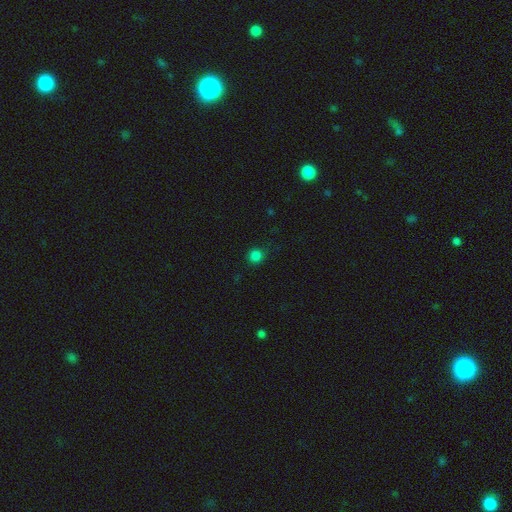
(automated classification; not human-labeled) A smooth galaxy with no disk features (82%) that is round (92%).

Vote fractions:
- Smooth or featured? smooth: 82% / star or artifact: 15% / featured or disk: 3%
- How rounded? round: 92% / in between: 7% / cigar-shaped: 1%
- Merging? none: 87% / minor disturbance: 9% / major disturbance: 3% / merger: 1%